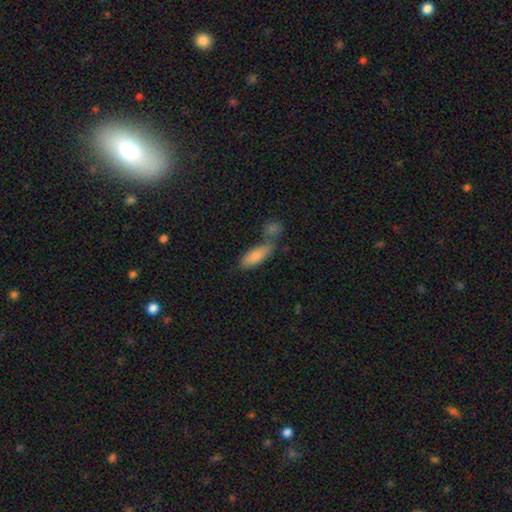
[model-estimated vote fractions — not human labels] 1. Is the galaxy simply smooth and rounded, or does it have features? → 84% smooth, 9% featured or disk, 7% star or artifact.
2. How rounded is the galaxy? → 71% in between, 26% cigar-shaped, 3% round.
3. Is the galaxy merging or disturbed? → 48% none, 30% merger, 16% minor disturbance, 6% major disturbance.